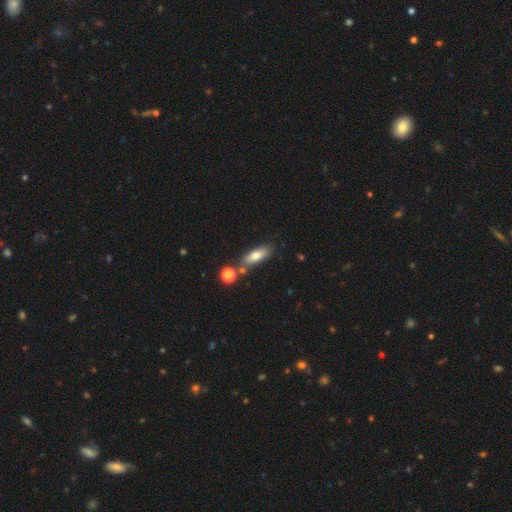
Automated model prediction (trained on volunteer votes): This is likely a smooth galaxy (72%). How rounded: likely in between (60%). Merging: likely none (68%).